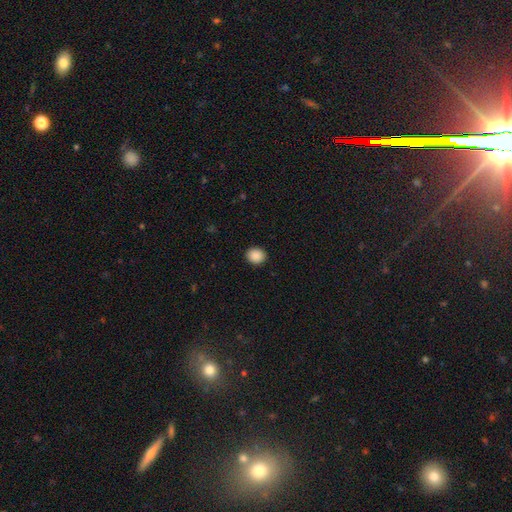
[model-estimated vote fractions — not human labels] Smooth or featured: smooth — 89% (star or artifact — 8%)
How rounded: round — 73% (in between — 26%)
Merging: none — 92% (minor disturbance — 5%)